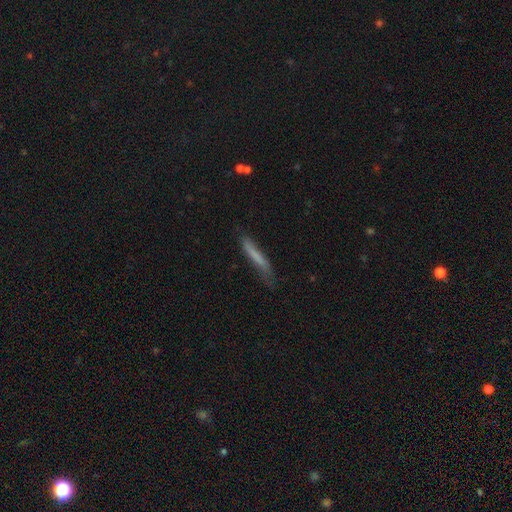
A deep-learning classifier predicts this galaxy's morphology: smooth_or_featured: smooth (p=0.68) [alt: featured or disk p=0.25]
how_rounded: cigar-shaped (p=0.93) [alt: in between p=0.06]
merging: none (p=0.58) [alt: minor disturbance p=0.29]